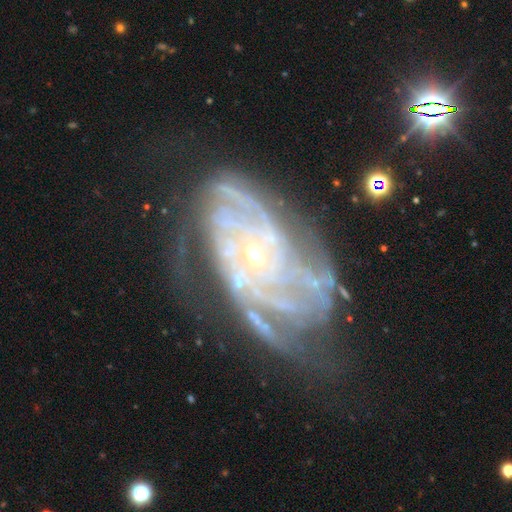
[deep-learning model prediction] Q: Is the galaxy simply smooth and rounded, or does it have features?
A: featured or disk — 88%.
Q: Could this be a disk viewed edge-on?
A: no — 96%.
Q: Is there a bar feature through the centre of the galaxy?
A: no — 73%.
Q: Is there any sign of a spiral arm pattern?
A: yes — 96%.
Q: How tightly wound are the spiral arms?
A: tight — 63%.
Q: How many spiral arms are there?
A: can't tell — 28%.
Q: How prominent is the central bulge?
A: small — 75%.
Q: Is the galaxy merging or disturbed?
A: none — 52%.